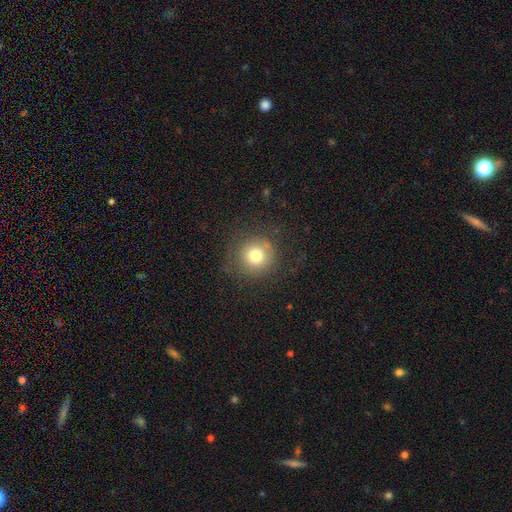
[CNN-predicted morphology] Smooth or featured: smooth — 75% (star or artifact — 13%)
How rounded: round — 94% (in between — 5%)
Merging: none — 81% (minor disturbance — 11%)